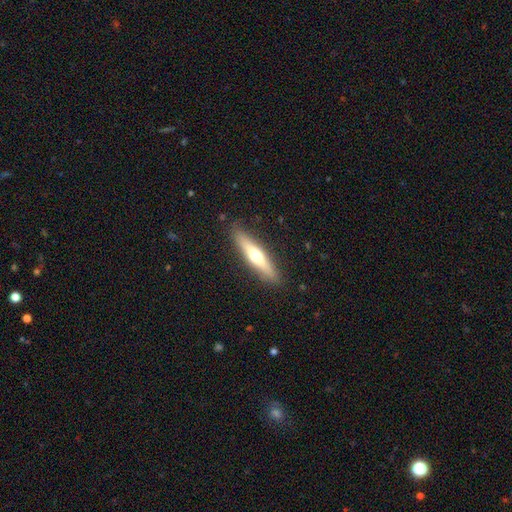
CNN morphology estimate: Smooth or featured?
  - featured or disk: 51% *
  - smooth: 44%
  - star or artifact: 6%
Edge-on disk?
  - yes: 91% *
  - no: 9%
Merging?
  - none: 88% *
  - minor disturbance: 9%
  - major disturbance: 2%
  - merger: 1%